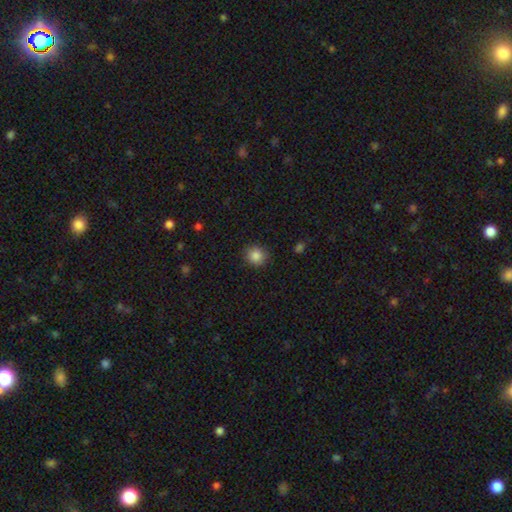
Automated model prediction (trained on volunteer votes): Smooth or featured? Predicted: smooth (p=0.86). How rounded? Predicted: round (p=0.90). Merging? Predicted: none (p=0.88).